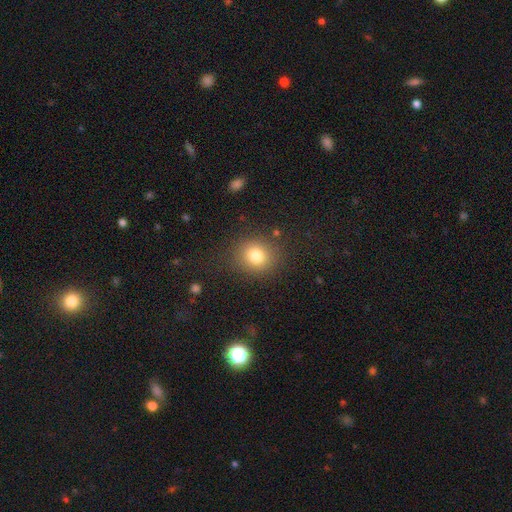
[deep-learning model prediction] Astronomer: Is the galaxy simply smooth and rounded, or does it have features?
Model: smooth — 80%.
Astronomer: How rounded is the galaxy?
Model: round — 79%.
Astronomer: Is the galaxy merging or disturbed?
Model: none — 84%.